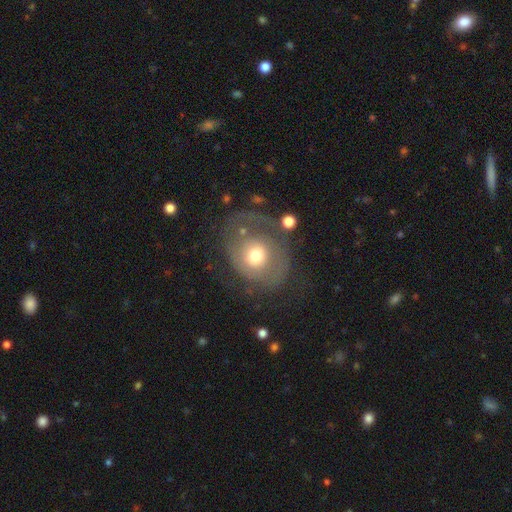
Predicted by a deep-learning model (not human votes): Q: Smooth or featured?
A: smooth (49%); runner-up: featured or disk (42%)
Q: Merging?
A: none (38%); runner-up: major disturbance (35%)